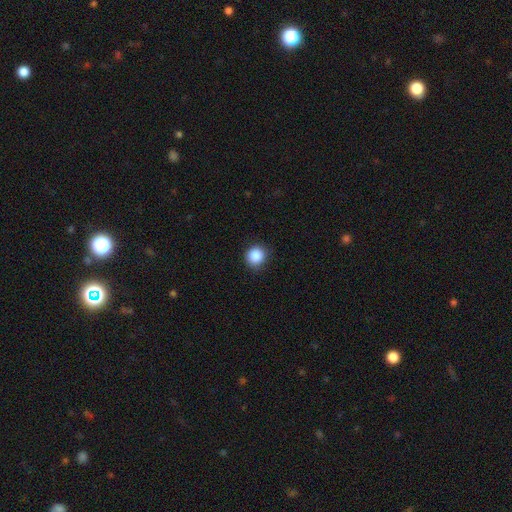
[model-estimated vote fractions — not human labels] Smooth or featured?
  - smooth: 87% *
  - star or artifact: 10%
  - featured or disk: 3%
How rounded?
  - round: 91% *
  - in between: 8%
  - cigar-shaped: 1%
Merging?
  - none: 85% *
  - minor disturbance: 12%
  - major disturbance: 2%
  - merger: 1%